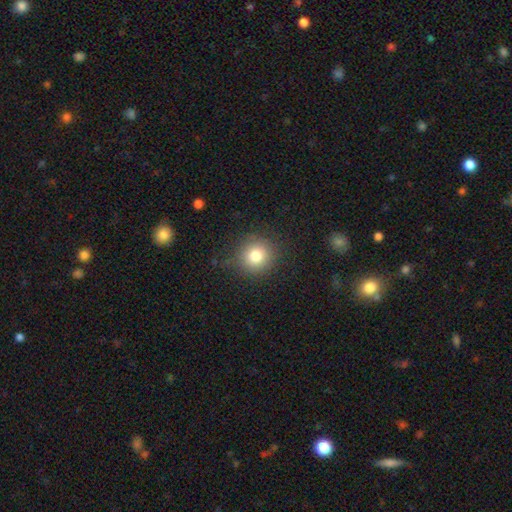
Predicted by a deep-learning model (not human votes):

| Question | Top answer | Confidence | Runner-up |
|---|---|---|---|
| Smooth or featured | smooth | 80% | star or artifact (12%) |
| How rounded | round | 89% | in between (10%) |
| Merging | none | 84% | minor disturbance (11%) |